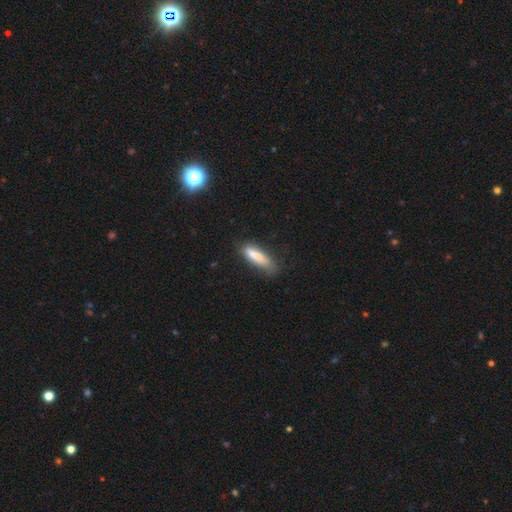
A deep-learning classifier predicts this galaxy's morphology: Q: Smooth or featured?
A: smooth (78%); runner-up: featured or disk (14%)
Q: How rounded?
A: cigar-shaped (63%); runner-up: in between (35%)
Q: Merging?
A: none (55%); runner-up: minor disturbance (29%)